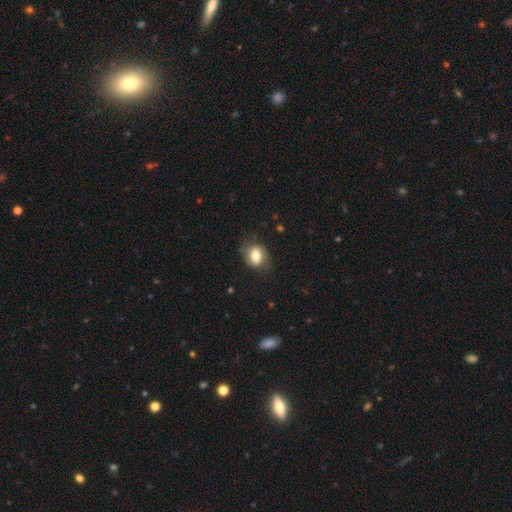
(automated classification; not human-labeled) smooth-or-featured: smooth: 75% | featured or disk: 17% | star or artifact: 8%
  how-rounded: in between: 58% | round: 41% | cigar-shaped: 1%
  merging: none: 74% | minor disturbance: 19% | major disturbance: 6% | merger: 1%